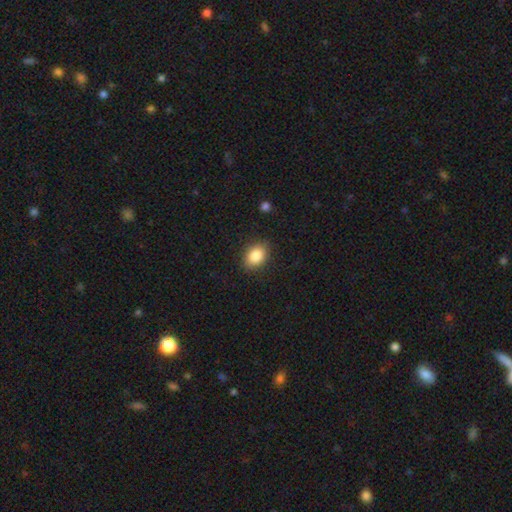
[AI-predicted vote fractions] Smooth or featured?
  - smooth: 86% *
  - star or artifact: 8%
  - featured or disk: 6%
How rounded?
  - in between: 76% *
  - round: 23%
  - cigar-shaped: 1%
Merging?
  - none: 86% *
  - minor disturbance: 10%
  - major disturbance: 3%
  - merger: 1%